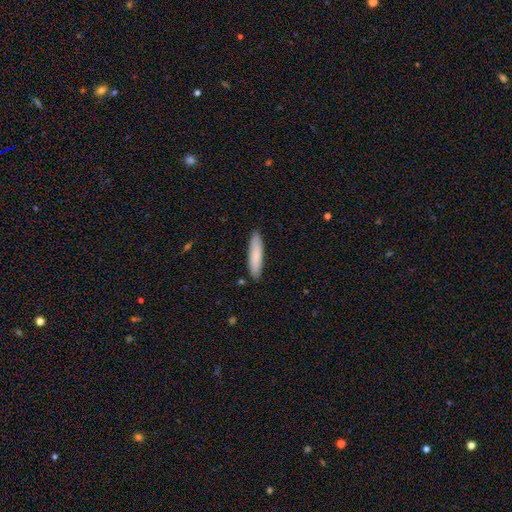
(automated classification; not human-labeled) The model was most divided on "how rounded": cigar-shaped: 82%, in between: 17%, round: 1%. More confident: merging — none (89%); smooth or featured — smooth (83%).